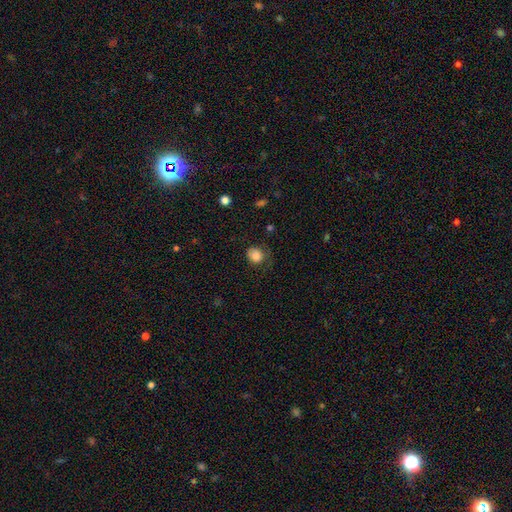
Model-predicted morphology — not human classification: A smooth galaxy with no disk features (82%) that is round (72%). Merging: none (59%).